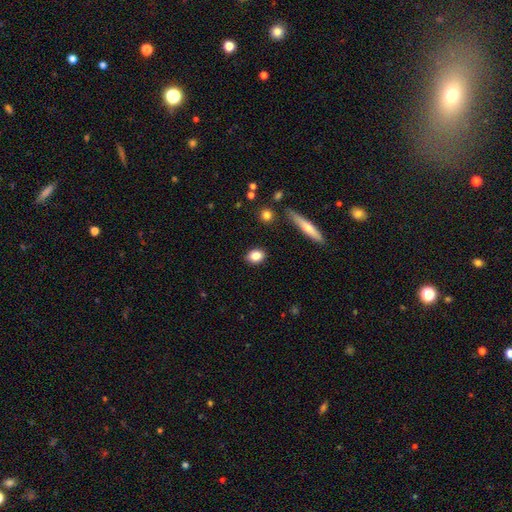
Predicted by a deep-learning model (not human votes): Q: Smooth or featured?
A: smooth (83%); runner-up: star or artifact (8%)
Q: How rounded?
A: in between (67%); runner-up: round (30%)
Q: Merging?
A: none (88%); runner-up: minor disturbance (8%)